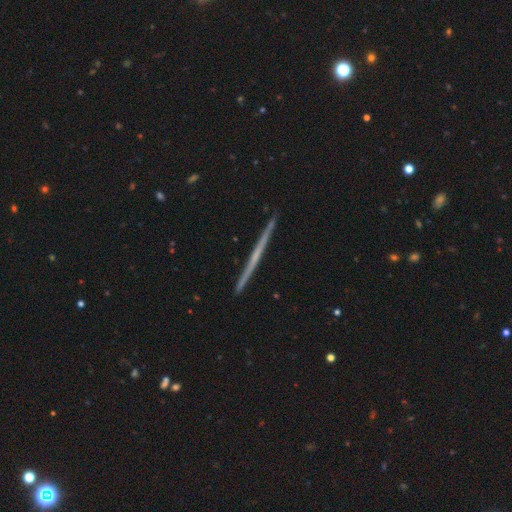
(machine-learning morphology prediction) Smooth or featured? featured or disk (69%)
Edge-on disk? yes (98%)
Edge-on bulge? none (81%)
Merging? none (93%)